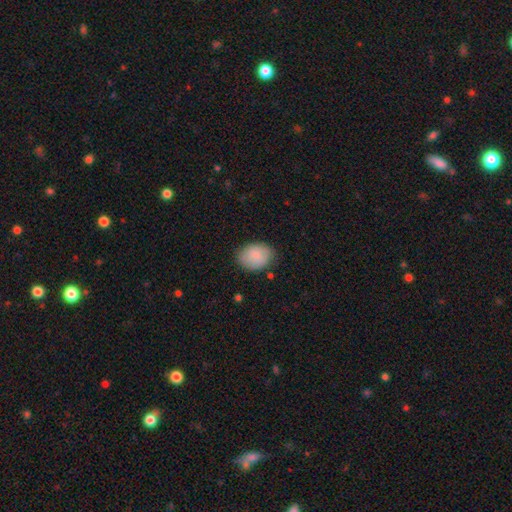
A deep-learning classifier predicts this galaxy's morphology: This appears to be a smooth galaxy with no disk features (86%) that is in between round and cigar-shaped (69%). Merging: none (80%).